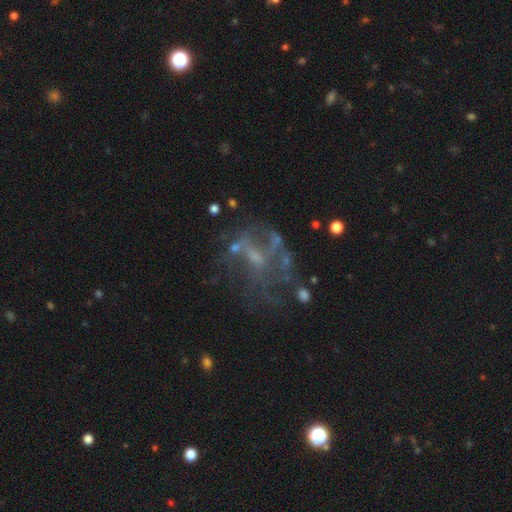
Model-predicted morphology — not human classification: Smooth or featured? Predicted: featured or disk (p=0.65). Edge-on disk? Predicted: no (p=0.97). Bar? Predicted: no (p=0.70). Spiral arms? Predicted: no (p=0.66). Bulge size? Predicted: small (p=0.43). Merging? Predicted: none (p=0.44).